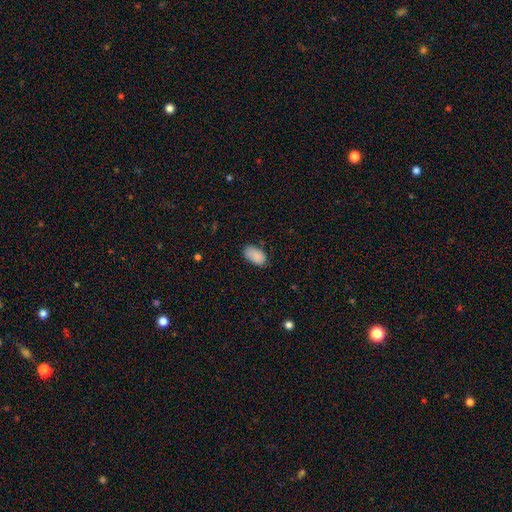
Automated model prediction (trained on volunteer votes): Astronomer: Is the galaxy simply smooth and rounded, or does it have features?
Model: smooth — 88%.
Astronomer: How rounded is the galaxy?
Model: in between — 94%.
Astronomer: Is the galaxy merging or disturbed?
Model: none — 74%.